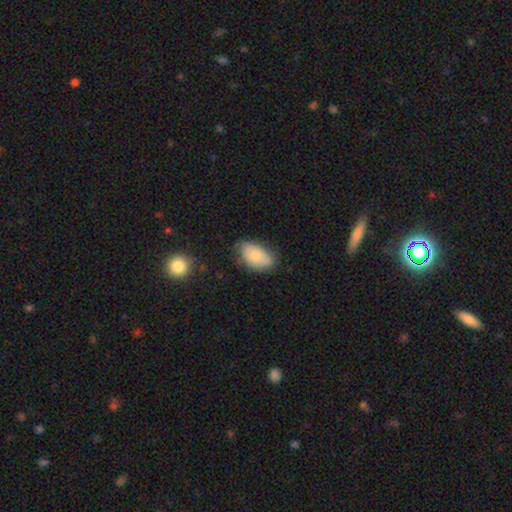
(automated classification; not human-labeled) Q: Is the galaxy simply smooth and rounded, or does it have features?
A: smooth — 76%.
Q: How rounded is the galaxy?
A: in between — 92%.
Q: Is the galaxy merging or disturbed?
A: none — 62%.